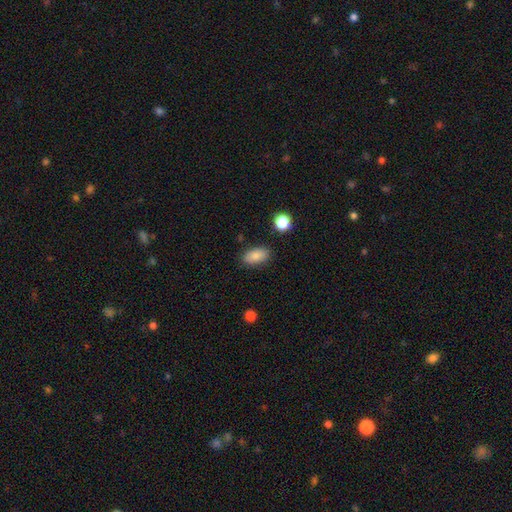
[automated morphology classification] smooth 84%, star or artifact 8%, featured or disk 8%. Down the decision tree: how rounded — in between (91%); merging — none (85%).